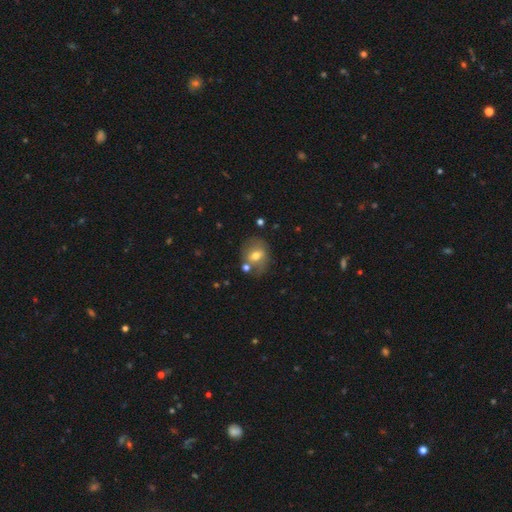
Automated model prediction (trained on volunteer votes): Morphology: type=smooth (56%); roundness=round (51%); merging=none (63%).